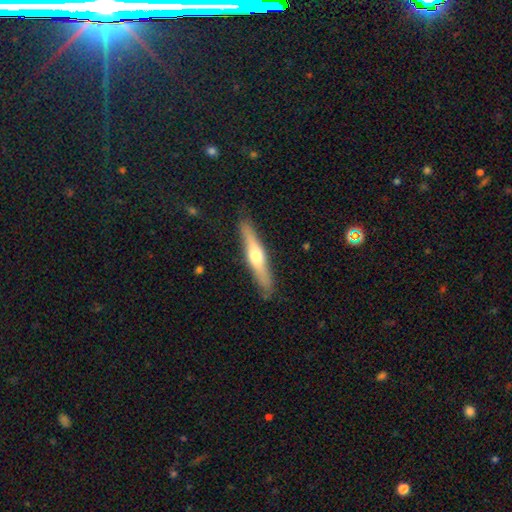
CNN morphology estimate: smooth_or_featured: featured or disk (p=0.55) [alt: smooth p=0.39]
disk_edge_on: yes (p=0.93) [alt: no p=0.07]
edge_on_bulge: rounded (p=0.90) [alt: none p=0.06]
merging: none (p=0.87) [alt: minor disturbance p=0.10]